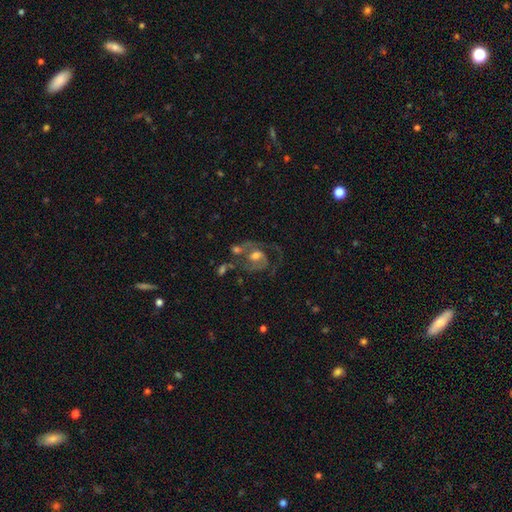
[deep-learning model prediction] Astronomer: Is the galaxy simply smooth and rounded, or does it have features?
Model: featured or disk — 72%.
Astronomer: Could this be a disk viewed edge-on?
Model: no — 97%.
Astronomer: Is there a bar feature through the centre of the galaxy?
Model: no — 55% (runner-up: weak, 36%).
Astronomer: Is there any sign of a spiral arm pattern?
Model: yes — 79%.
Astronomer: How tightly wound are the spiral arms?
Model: medium — 46% (runner-up: tight, 28%).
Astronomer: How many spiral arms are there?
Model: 2 — 59%.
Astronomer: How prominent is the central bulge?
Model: moderate — 60%.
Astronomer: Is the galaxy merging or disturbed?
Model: none — 39% (runner-up: major disturbance, 27%).